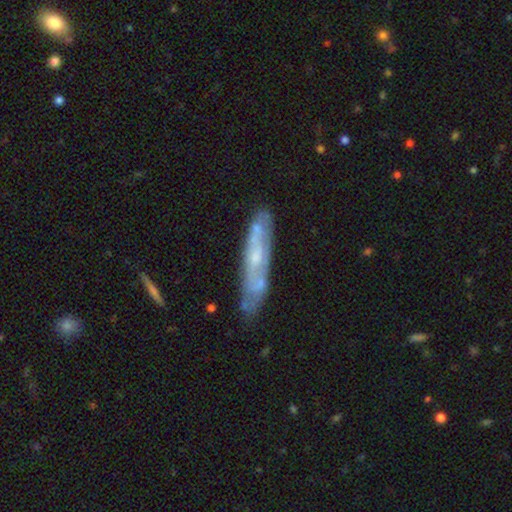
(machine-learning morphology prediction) This is likely a featured or disk galaxy (65%). It is possibly not viewed edge-on (56%). Merging: likely none (67%).